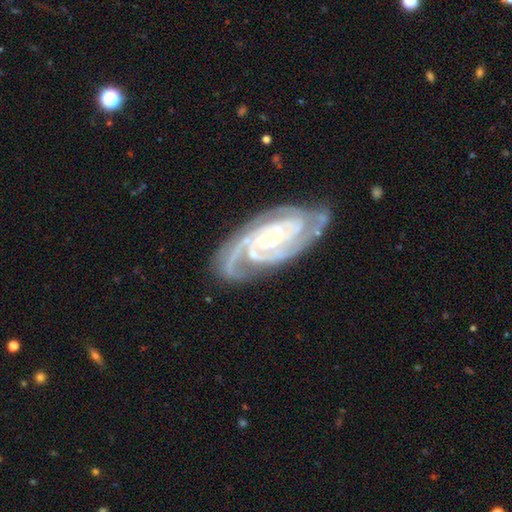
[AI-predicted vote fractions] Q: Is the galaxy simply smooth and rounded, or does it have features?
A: featured or disk — 92%.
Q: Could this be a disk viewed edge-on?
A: no — 96%.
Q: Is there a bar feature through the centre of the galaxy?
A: no — 65%.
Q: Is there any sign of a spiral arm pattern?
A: yes — 98%.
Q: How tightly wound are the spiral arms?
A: tight — 66%.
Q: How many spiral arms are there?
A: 3 — 40%.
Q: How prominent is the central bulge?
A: small — 67%.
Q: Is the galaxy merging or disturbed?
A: none — 70%.